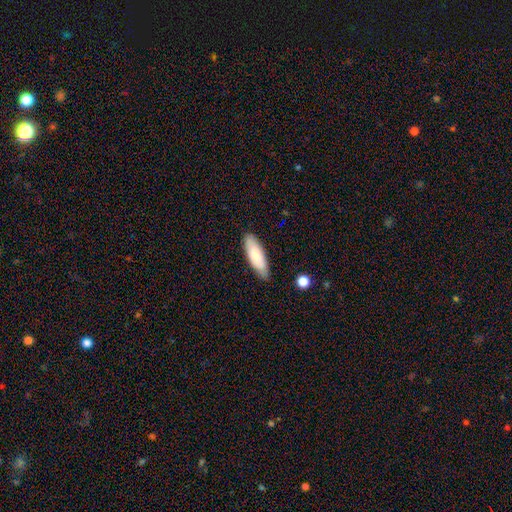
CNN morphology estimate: This is likely a smooth galaxy (76%). How rounded: possibly in between (58%). Merging: clearly none (82%).